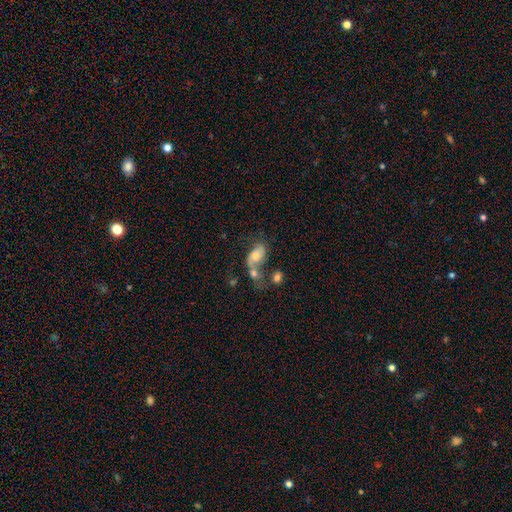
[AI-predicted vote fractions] Q: Smooth or featured?
A: smooth (50%); runner-up: featured or disk (39%)
Q: How rounded?
A: in between (87%); runner-up: round (11%)
Q: Merging?
A: merger (46%); runner-up: none (23%)